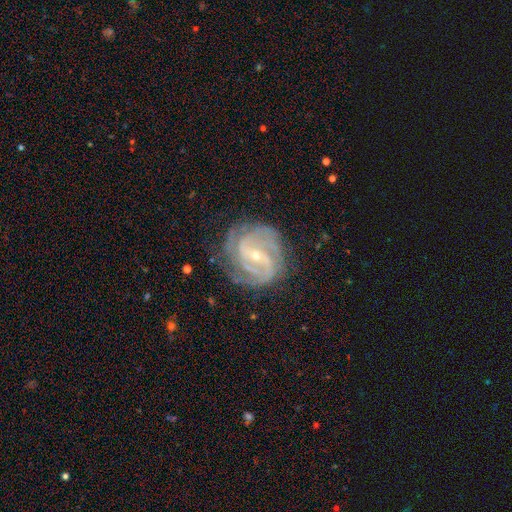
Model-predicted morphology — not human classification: A featured or disk galaxy (91%) with a weak bar (44%), 3 (29%) tight (58%) spiral arms (98%) and a small central bulge (71%). Merging: none (77%).